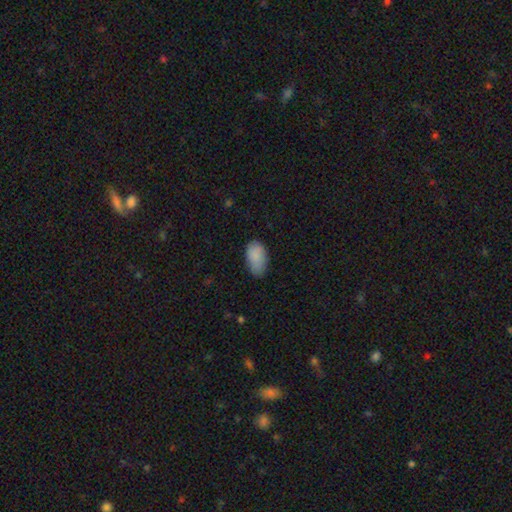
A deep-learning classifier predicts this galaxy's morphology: This appears to be a smooth galaxy with no disk features (87%) that is in between round and cigar-shaped (94%). Merging: none (63%).